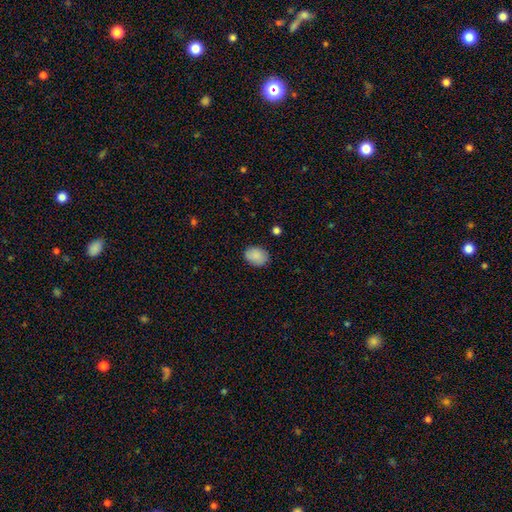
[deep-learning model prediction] Morphology: type=smooth (88%); roundness=in between (68%); merging=none (84%).